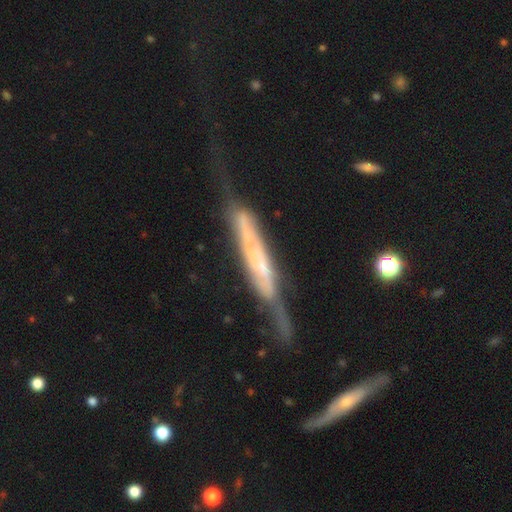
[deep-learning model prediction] This is likely a featured or disk galaxy (75%). It is likely viewed edge-on (69%). Edge-on bulge: possibly none (49%). Merging: marginally none (41%).